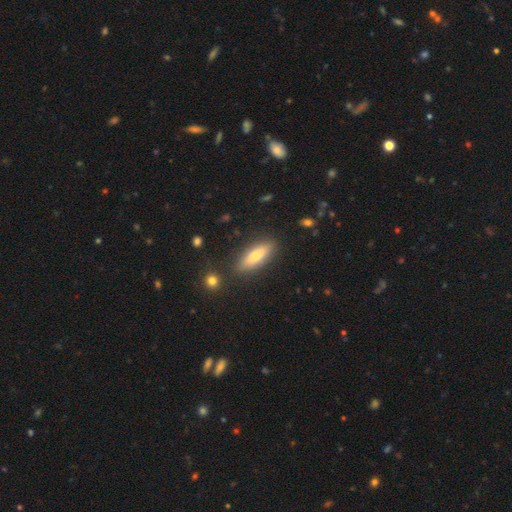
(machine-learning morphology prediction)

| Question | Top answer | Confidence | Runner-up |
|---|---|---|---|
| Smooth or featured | smooth | 63% | featured or disk (29%) |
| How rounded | in between | 55% | cigar-shaped (43%) |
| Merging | none | 86% | minor disturbance (9%) |